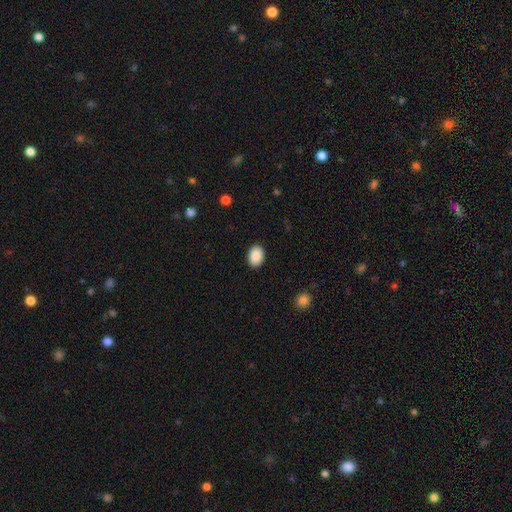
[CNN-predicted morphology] This appears to be a smooth galaxy with no disk features (90%) that is in between round and cigar-shaped (76%). Merging: none (90%).